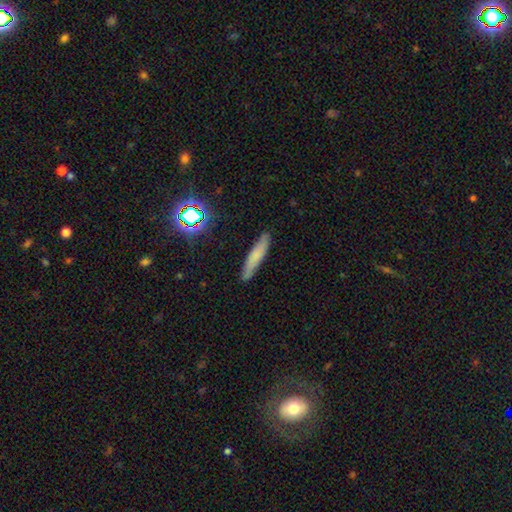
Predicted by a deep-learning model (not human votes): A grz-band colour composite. It shows a smooth galaxy with no disk features (67%) that is cigar-shaped (87%). Merging: none (83%).